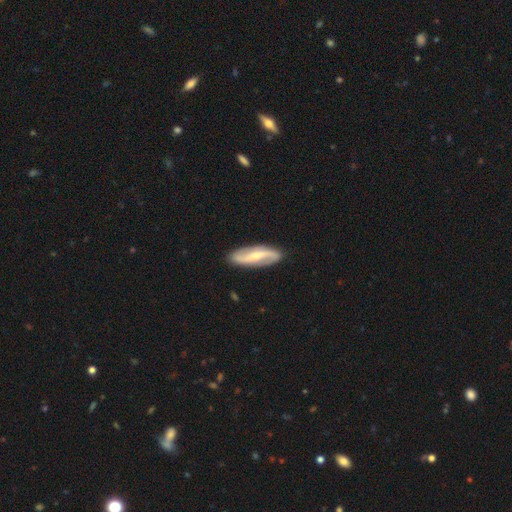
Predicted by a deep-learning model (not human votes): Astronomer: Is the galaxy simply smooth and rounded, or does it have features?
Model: featured or disk — 77%.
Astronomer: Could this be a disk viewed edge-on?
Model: no — 91%.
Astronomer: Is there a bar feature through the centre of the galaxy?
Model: weak — 39% (runner-up: strong, 38%).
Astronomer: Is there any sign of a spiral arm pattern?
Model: yes — 93%.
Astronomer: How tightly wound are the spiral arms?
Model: loose — 57%.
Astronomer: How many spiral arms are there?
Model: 2 — 92%.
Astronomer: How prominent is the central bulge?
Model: small — 53% (runner-up: moderate, 37%).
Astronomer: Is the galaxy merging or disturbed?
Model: none — 88%.